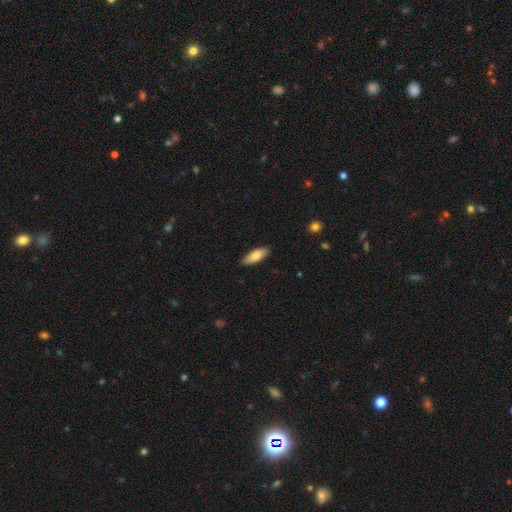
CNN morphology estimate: A smooth galaxy with no disk features (78%) that is in between round and cigar-shaped (67%). Merging: none (87%).